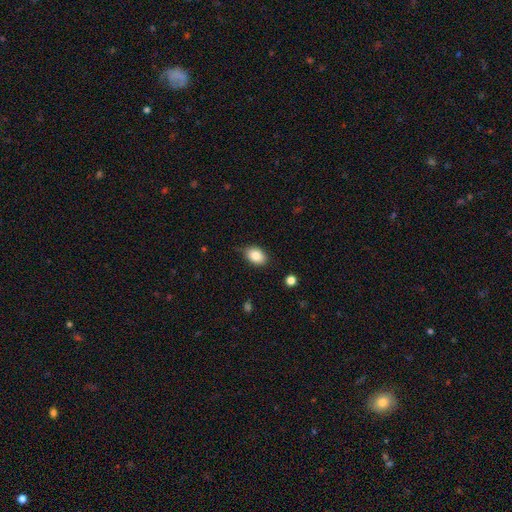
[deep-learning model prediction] Smooth or featured: smooth — 86% (star or artifact — 8%)
How rounded: in between — 82% (round — 17%)
Merging: none — 80% (minor disturbance — 16%)